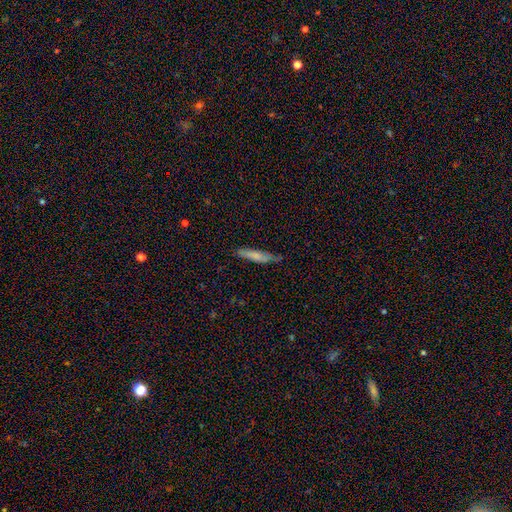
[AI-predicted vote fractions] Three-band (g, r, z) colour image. It shows a smooth galaxy with no disk features (69%) that is cigar-shaped (89%). Merging: none (78%).